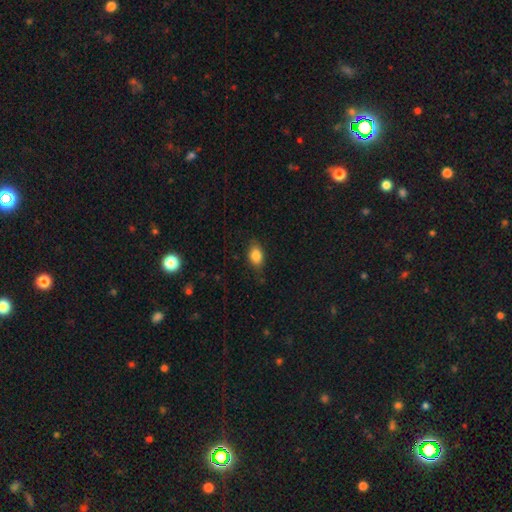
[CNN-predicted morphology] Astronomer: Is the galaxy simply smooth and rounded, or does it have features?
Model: smooth — 83%.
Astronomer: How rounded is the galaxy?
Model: in between — 82%.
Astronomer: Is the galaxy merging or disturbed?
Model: none — 76%.